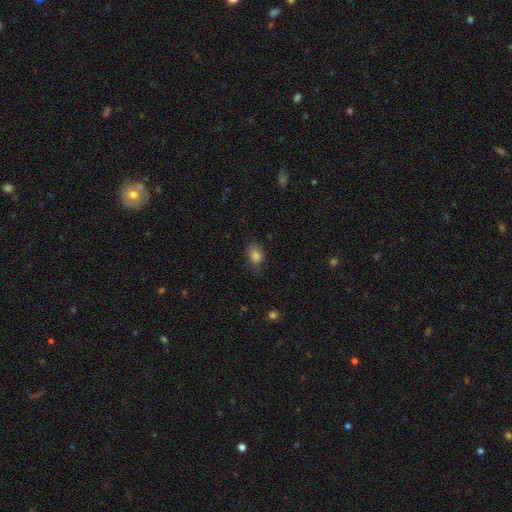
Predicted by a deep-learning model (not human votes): This is clearly a smooth galaxy (83%). How rounded: likely in between (76%). Merging: likely none (72%).